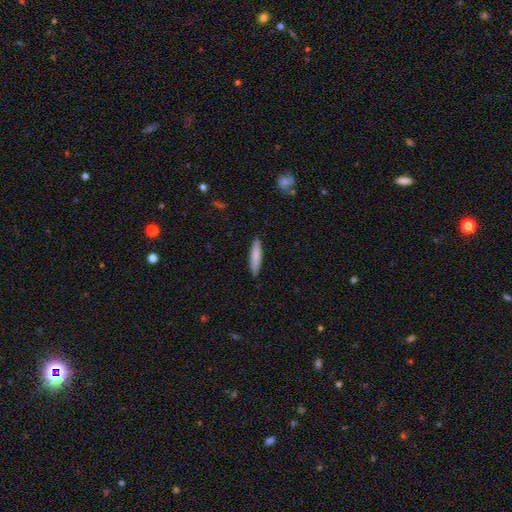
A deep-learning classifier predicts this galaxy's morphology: Smooth or featured? smooth (81%)
How rounded? cigar-shaped (86%)
Merging? none (87%)